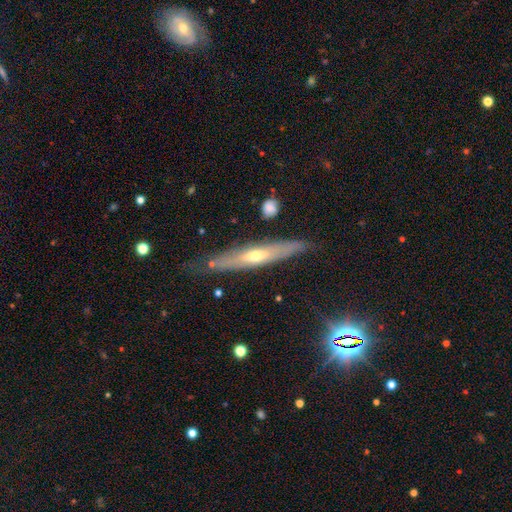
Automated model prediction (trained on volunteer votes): A featured or disk galaxy (63%) viewed edge-on (82%) with a rounded central bulge (71%). Merging: none (79%).